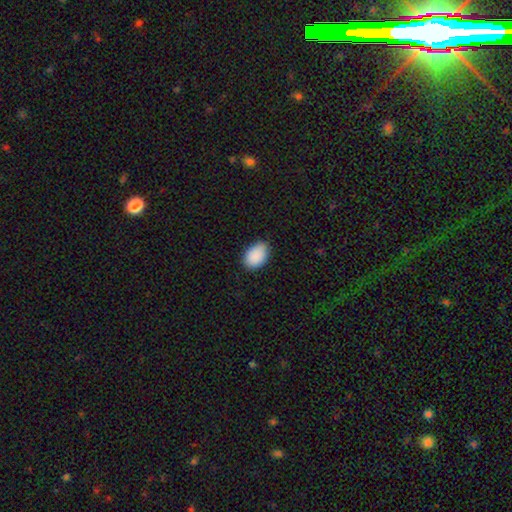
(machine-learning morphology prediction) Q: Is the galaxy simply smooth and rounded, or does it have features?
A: smooth — 90%.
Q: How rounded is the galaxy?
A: in between — 86%.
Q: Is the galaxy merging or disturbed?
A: none — 78%.